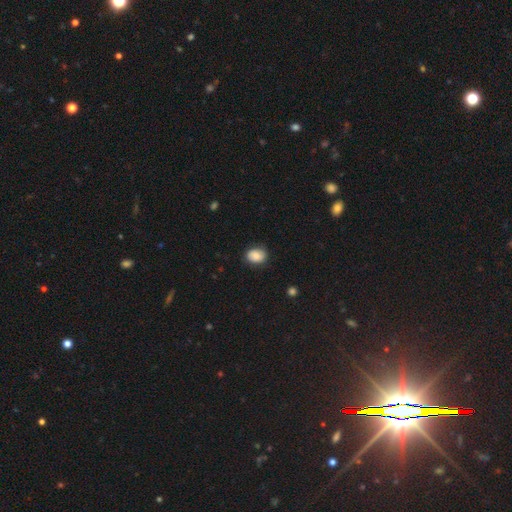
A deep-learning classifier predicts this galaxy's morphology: The model was most divided on "how rounded": in between: 59%, round: 40%, cigar-shaped: 1%. More confident: smooth or featured — smooth (83%); merging — none (77%).